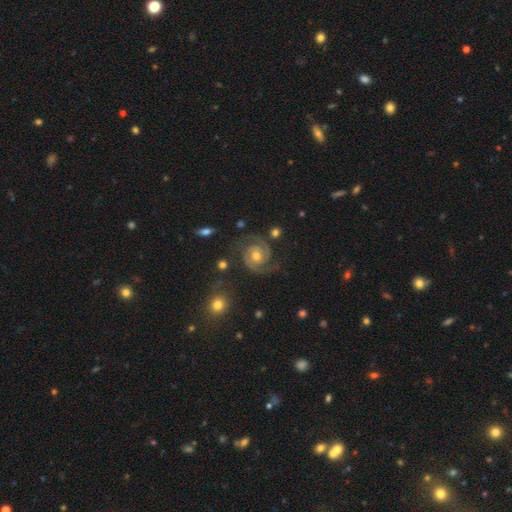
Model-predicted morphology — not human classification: The model was most divided on "spiral winding": tight: 51%, medium: 40%, loose: 9%. More confident: edge-on disk — no (98%); spiral arms — yes (98%); smooth or featured — featured or disk (87%); spiral arm count — 2 (86%); merging — none (76%); bar — no (71%); bulge size — moderate (66%).